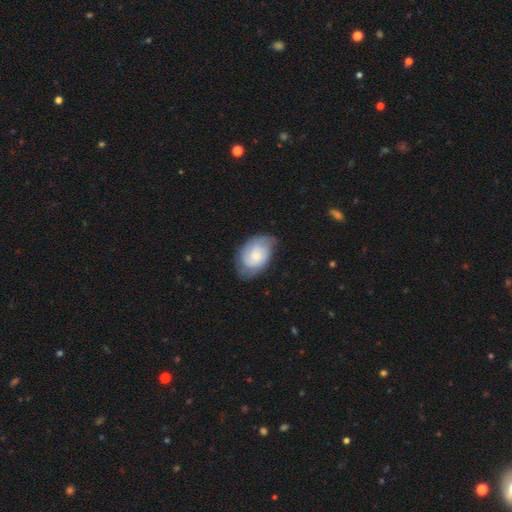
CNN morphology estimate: featured or disk 53%, smooth 41%, star or artifact 6%. Down the decision tree: edge-on disk — no (96%); bar — no (72%); spiral arms — yes (86%); bulge size — small (49%); merging — none (65%).